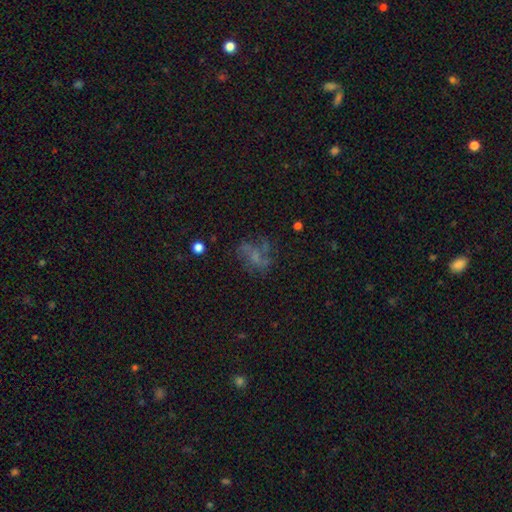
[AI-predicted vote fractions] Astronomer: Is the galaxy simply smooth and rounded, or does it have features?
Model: featured or disk — 52% (runner-up: smooth, 28%).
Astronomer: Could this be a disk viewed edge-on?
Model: no — 97%.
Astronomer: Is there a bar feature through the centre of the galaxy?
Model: no — 71%.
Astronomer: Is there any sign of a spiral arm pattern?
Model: yes — 56% (runner-up: no, 44%).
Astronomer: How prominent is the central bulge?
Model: none — 61%.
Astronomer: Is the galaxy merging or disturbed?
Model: none — 49% (runner-up: major disturbance, 28%).